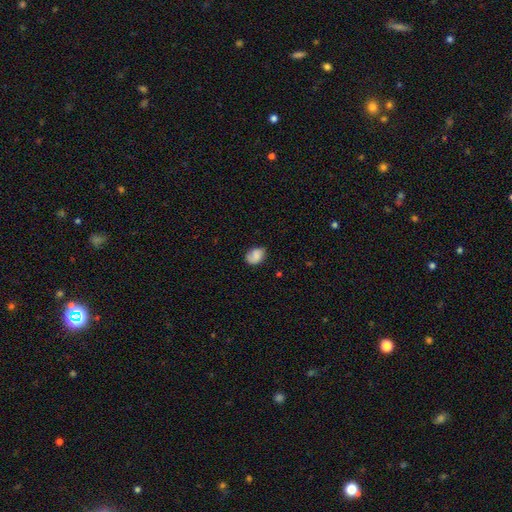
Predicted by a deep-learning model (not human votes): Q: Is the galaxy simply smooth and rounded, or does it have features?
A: smooth — 79%.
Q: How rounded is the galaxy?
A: in between — 72%.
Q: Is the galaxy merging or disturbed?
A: none — 67%.